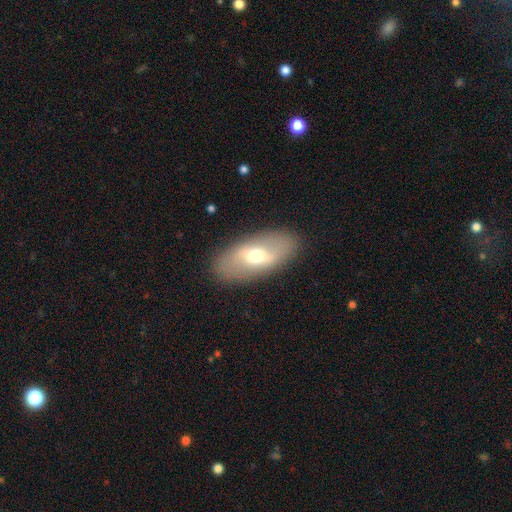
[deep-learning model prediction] Smooth or featured?
  - smooth: 47% *
  - featured or disk: 46%
  - star or artifact: 7%
Merging?
  - none: 87% *
  - minor disturbance: 9%
  - major disturbance: 3%
  - merger: 1%